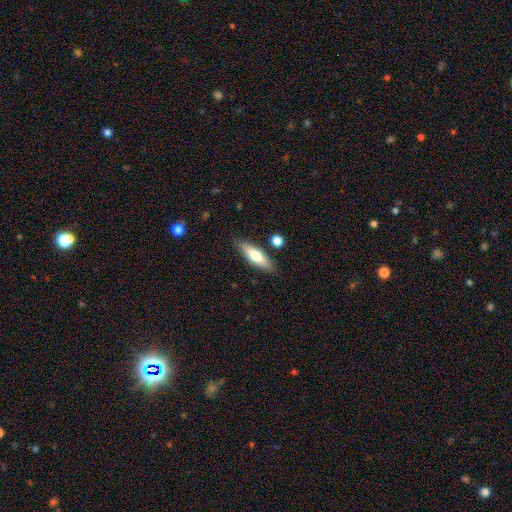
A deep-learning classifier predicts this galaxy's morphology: This is likely a smooth galaxy (62%). How rounded: possibly cigar-shaped (54%). Merging: clearly none (84%).